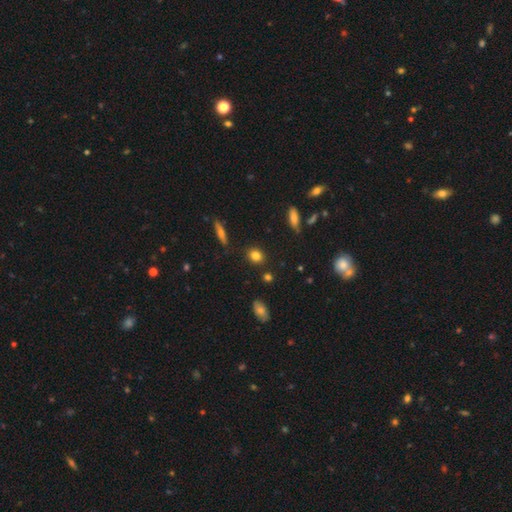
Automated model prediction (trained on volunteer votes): A smooth galaxy with no disk features (82%) that is round (65%). Merging: none (86%).